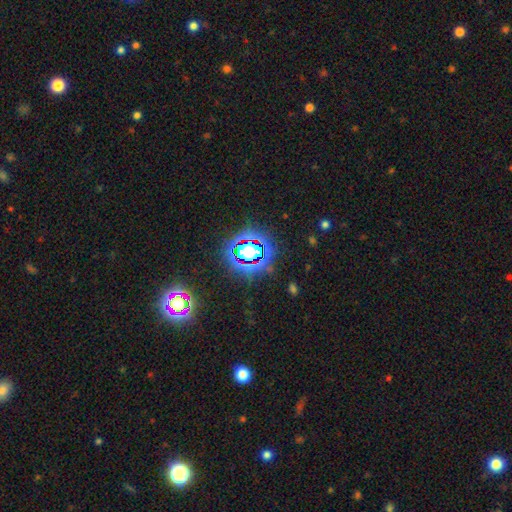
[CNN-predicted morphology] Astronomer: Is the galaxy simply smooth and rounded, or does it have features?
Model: star or artifact — 79%.